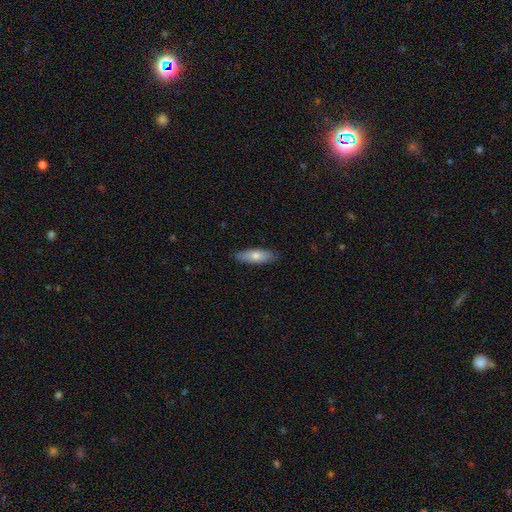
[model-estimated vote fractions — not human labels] Smooth or featured: smooth — 73% (featured or disk — 21%)
How rounded: in between — 61% (cigar-shaped — 37%)
Merging: none — 87% (minor disturbance — 10%)